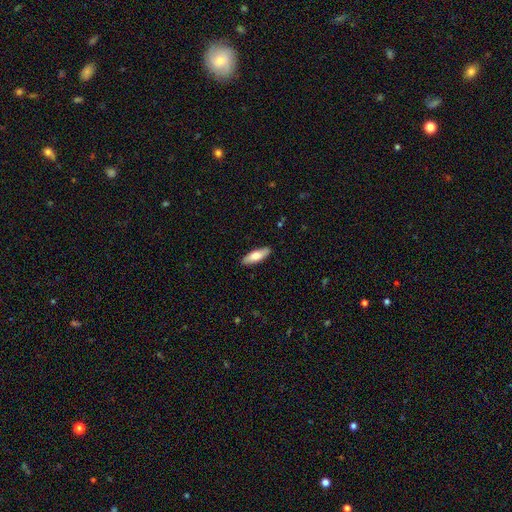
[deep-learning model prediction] This appears to be a smooth galaxy with no disk features (74%) that is in between round and cigar-shaped (59%). Merging: none (88%).